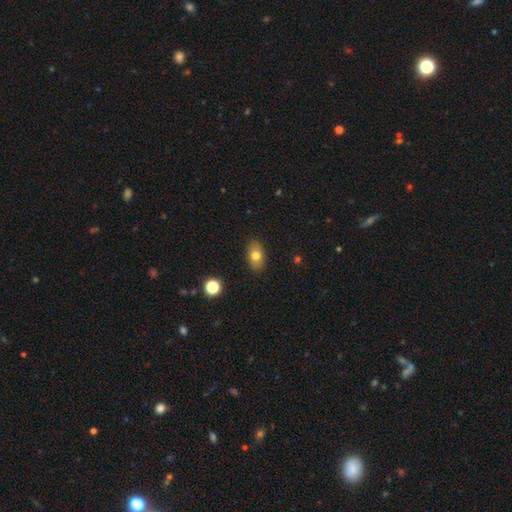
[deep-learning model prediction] This is likely a smooth galaxy (75%). How rounded: clearly in between (86%). Merging: clearly none (87%).